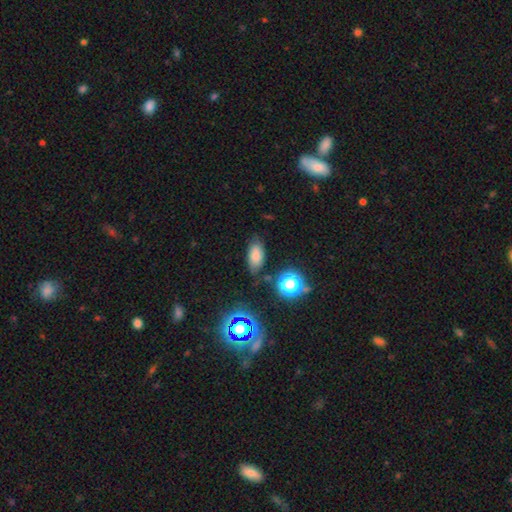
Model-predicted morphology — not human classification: Smooth or featured: smooth — 71% (star or artifact — 17%)
How rounded: in between — 87% (round — 7%)
Merging: none — 75% (minor disturbance — 17%)